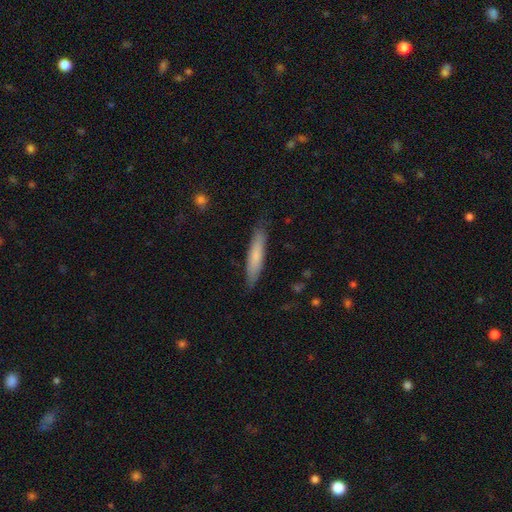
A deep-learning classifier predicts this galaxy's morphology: smooth_or_featured: smooth (p=0.73) [alt: featured or disk p=0.22]
how_rounded: cigar-shaped (p=0.88) [alt: in between p=0.11]
merging: none (p=0.85) [alt: minor disturbance p=0.12]